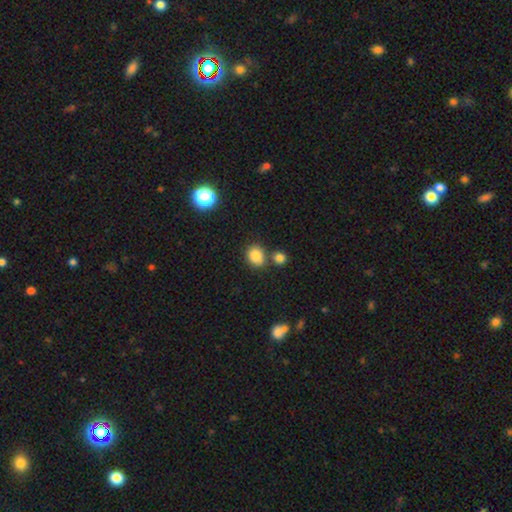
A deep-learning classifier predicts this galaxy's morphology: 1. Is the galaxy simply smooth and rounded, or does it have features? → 84% smooth, 11% star or artifact, 5% featured or disk.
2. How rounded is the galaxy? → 51% round, 48% in between, 1% cigar-shaped.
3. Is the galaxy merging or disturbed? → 65% none, 18% merger, 13% minor disturbance, 4% major disturbance.